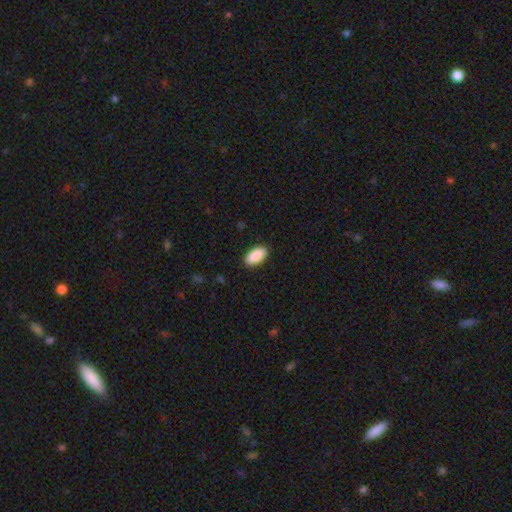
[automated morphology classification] Q: Smooth or featured?
A: smooth (91%); runner-up: star or artifact (6%)
Q: How rounded?
A: in between (94%); runner-up: cigar-shaped (4%)
Q: Merging?
A: none (90%); runner-up: minor disturbance (7%)